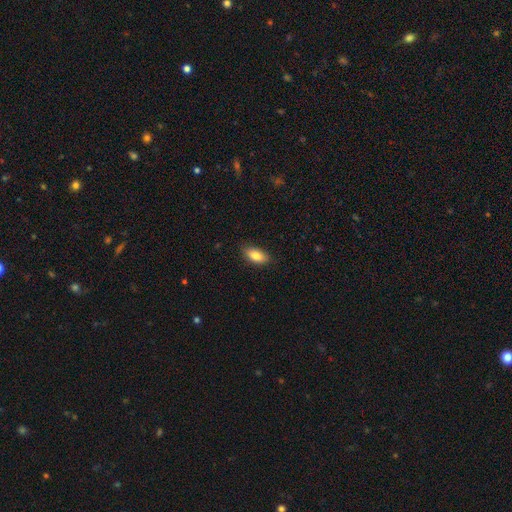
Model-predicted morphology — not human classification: Smooth or featured? smooth (84%)
How rounded? in between (88%)
Merging? none (85%)